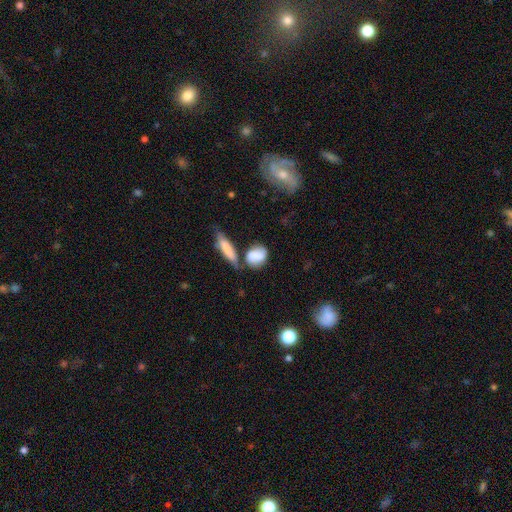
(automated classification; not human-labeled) This appears to be a smooth galaxy with no disk features (78%) that is in between round and cigar-shaped (60%). Merging: none (44%).